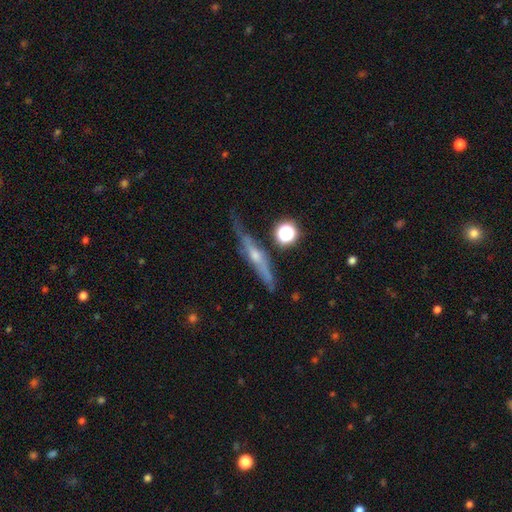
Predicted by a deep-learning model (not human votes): Smooth or featured? featured or disk (68%)
Edge-on disk? yes (88%)
Edge-on bulge? rounded (70%)
Merging? none (64%)